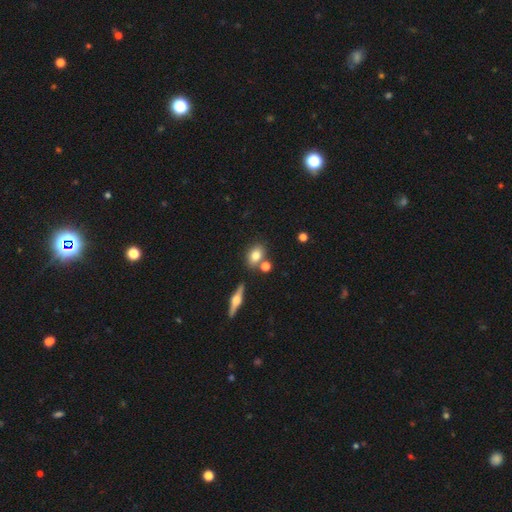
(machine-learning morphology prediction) Q: Smooth or featured?
A: smooth (74%); runner-up: featured or disk (17%)
Q: How rounded?
A: in between (67%); runner-up: round (30%)
Q: Merging?
A: none (67%); runner-up: merger (17%)